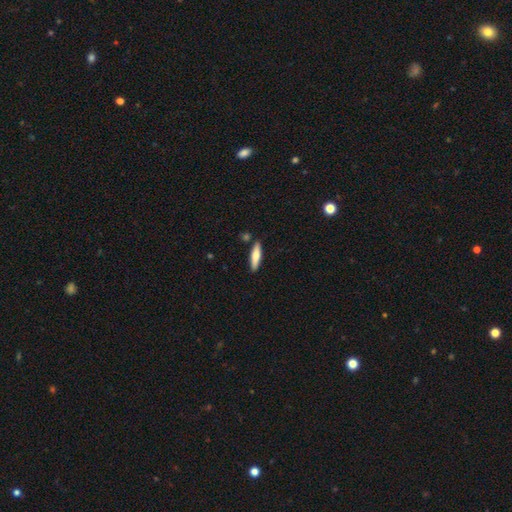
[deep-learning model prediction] A smooth galaxy with no disk features (68%) that is cigar-shaped (74%).

Vote fractions:
- Smooth or featured? smooth: 68% / featured or disk: 27% / star or artifact: 6%
- How rounded? cigar-shaped: 74% / in between: 25% / round: 2%
- Merging? none: 85% / minor disturbance: 9% / merger: 4% / major disturbance: 2%